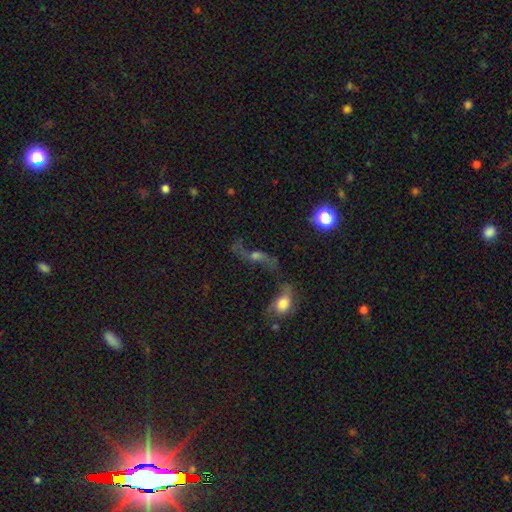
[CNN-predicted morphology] A featured or disk galaxy (40%).

Vote fractions:
- Smooth or featured? featured or disk: 40% / star or artifact: 31% / smooth: 29%
- Merging? none: 39% / merger: 30% / major disturbance: 18% / minor disturbance: 14%